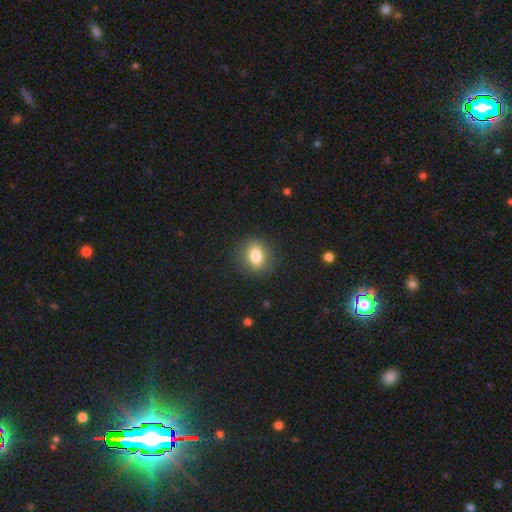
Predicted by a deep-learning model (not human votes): smooth 80%, star or artifact 10%, featured or disk 10%. Down the decision tree: how rounded — in between (50%); merging — none (87%).